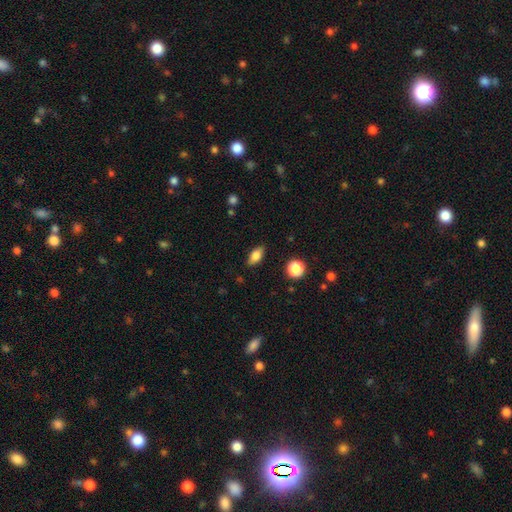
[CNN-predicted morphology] smooth 79%, featured or disk 13%, star or artifact 9%. Down the decision tree: how rounded — in between (85%); merging — none (85%).